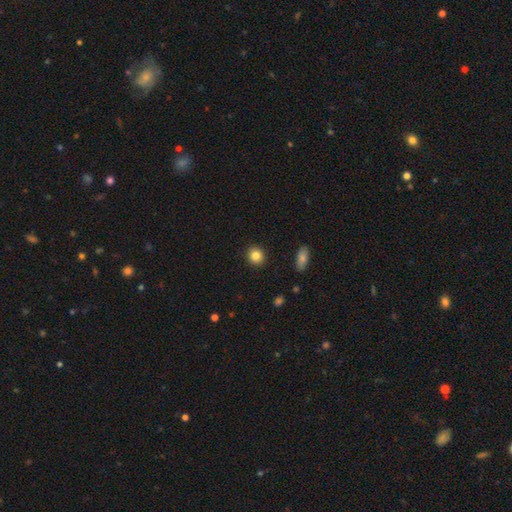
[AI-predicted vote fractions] A smooth galaxy with no disk features (84%) that is round (81%).

Vote fractions:
- Smooth or featured? smooth: 84% / star or artifact: 10% / featured or disk: 6%
- How rounded? round: 81% / in between: 18% / cigar-shaped: 1%
- Merging? none: 91% / minor disturbance: 6% / major disturbance: 2% / merger: 1%